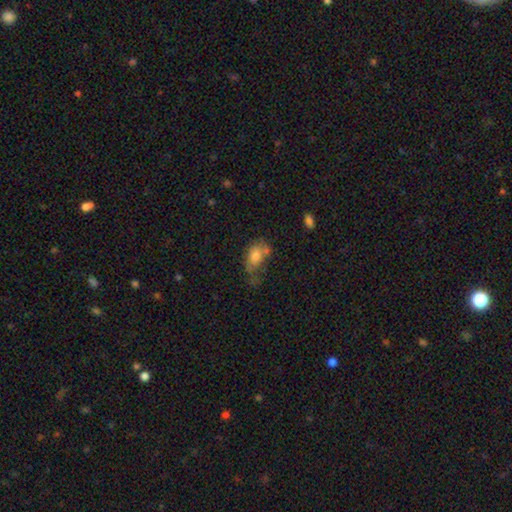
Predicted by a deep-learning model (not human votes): A smooth galaxy with no disk features (69%) that is in between round and cigar-shaped (85%). Merging: none (34%).